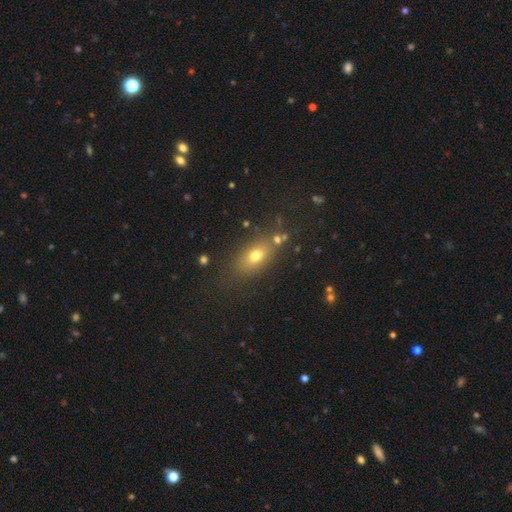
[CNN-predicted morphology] This is likely a smooth galaxy (71%). How rounded: likely in between (76%). Merging: likely none (76%).